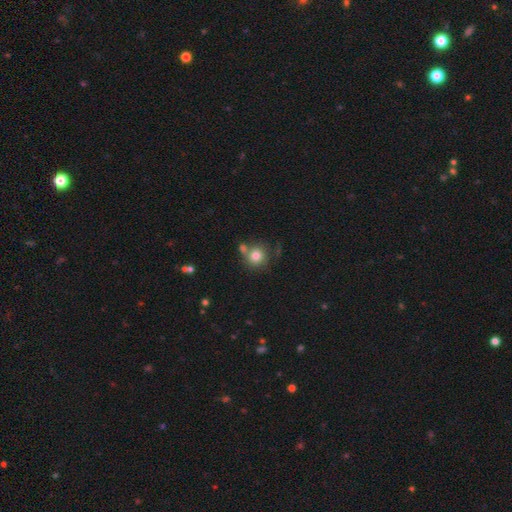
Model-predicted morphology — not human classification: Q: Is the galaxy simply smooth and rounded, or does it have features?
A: smooth — 79%.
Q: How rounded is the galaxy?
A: round — 90%.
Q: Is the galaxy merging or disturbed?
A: none — 63%.